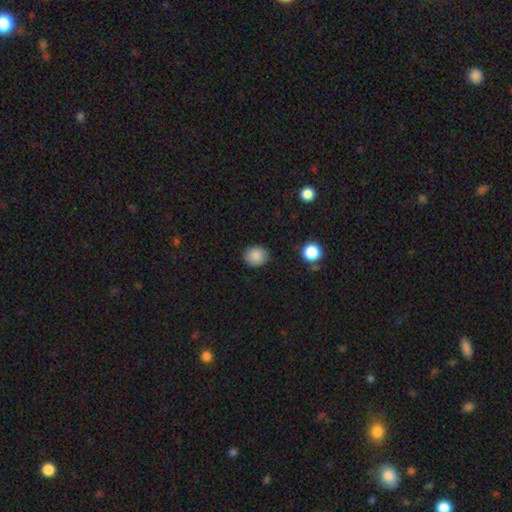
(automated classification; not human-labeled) smooth 87%, star or artifact 9%, featured or disk 4%. Down the decision tree: how rounded — round (77%); merging — none (87%).